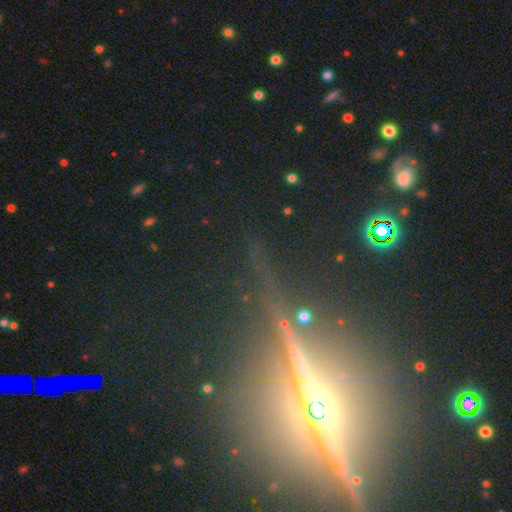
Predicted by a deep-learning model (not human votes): smooth_or_featured: star or artifact (p=0.49) [alt: featured or disk p=0.42]